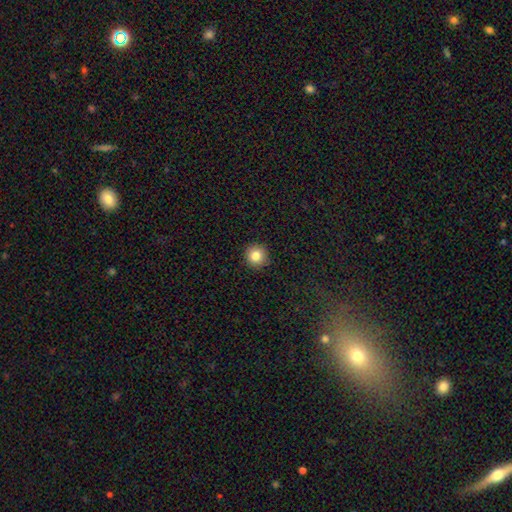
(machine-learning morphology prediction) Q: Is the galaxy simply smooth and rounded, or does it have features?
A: smooth — 83%.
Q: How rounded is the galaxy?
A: round — 94%.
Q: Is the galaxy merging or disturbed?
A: none — 91%.